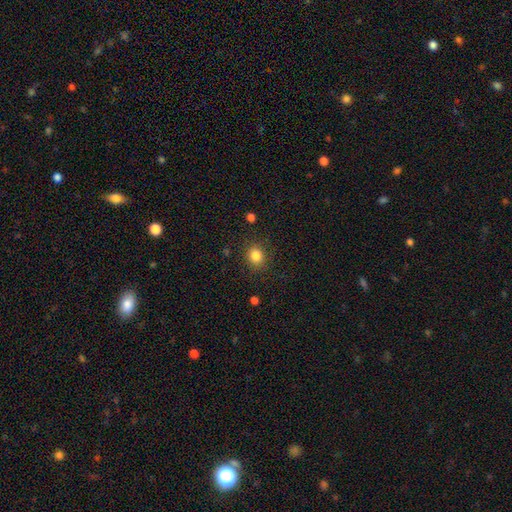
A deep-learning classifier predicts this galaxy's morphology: A smooth galaxy with no disk features (84%) that is round (75%). Merging: none (87%).